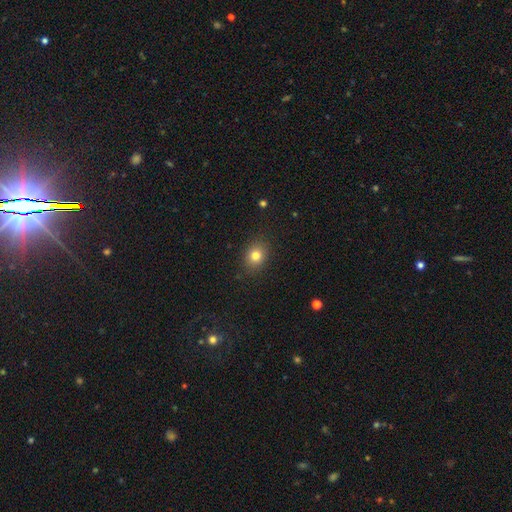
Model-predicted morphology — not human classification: Overall: smooth (80%). How rounded: round (56%; in between 43%). Merging: none (87%).